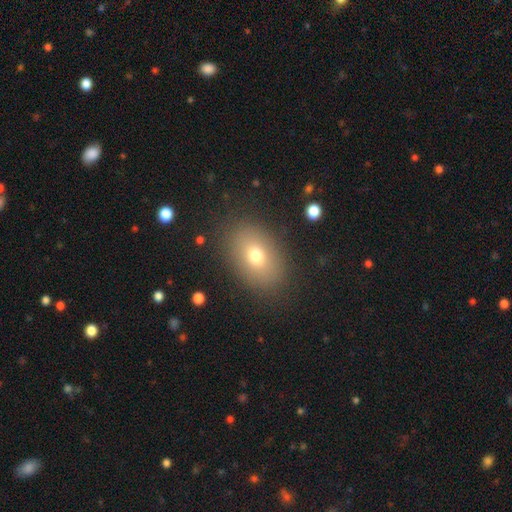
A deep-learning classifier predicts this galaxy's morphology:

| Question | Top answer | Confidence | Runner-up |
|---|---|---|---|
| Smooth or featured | smooth | 72% | featured or disk (16%) |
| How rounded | in between | 79% | round (20%) |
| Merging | none | 84% | minor disturbance (10%) |